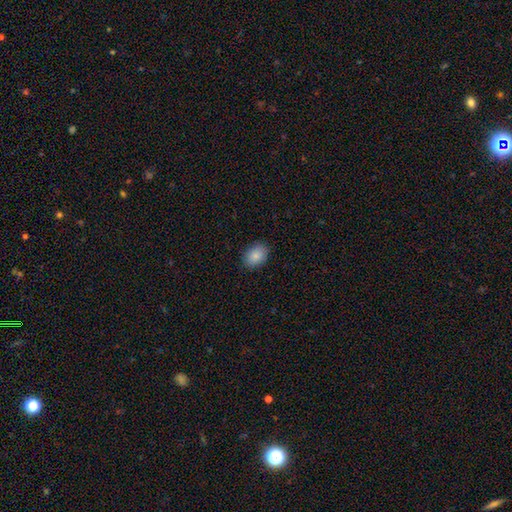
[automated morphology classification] A smooth galaxy with no disk features (88%) that is in between round and cigar-shaped (77%).

Vote fractions:
- Smooth or featured? smooth: 88% / star or artifact: 8% / featured or disk: 5%
- How rounded? in between: 77% / round: 22% / cigar-shaped: 1%
- Merging? none: 88% / minor disturbance: 9% / major disturbance: 2% / merger: 1%